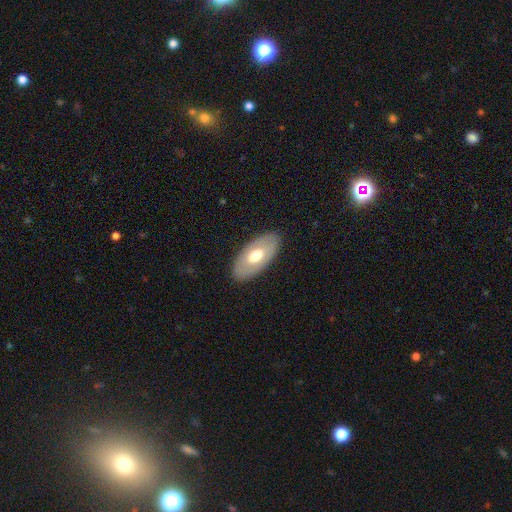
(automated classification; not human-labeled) Overall: smooth (54%; featured or disk 41%). How rounded: in between (93%). Merging: none (86%).